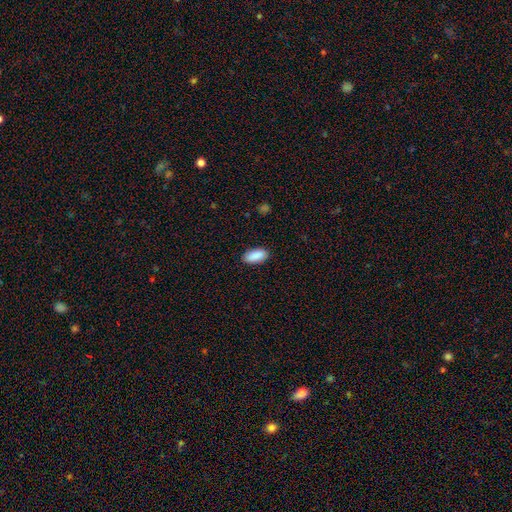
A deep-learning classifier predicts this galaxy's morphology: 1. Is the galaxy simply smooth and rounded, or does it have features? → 90% smooth, 6% star or artifact, 4% featured or disk.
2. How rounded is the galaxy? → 90% in between, 8% cigar-shaped, 2% round.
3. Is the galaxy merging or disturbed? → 88% none, 9% minor disturbance, 2% major disturbance, 1% merger.